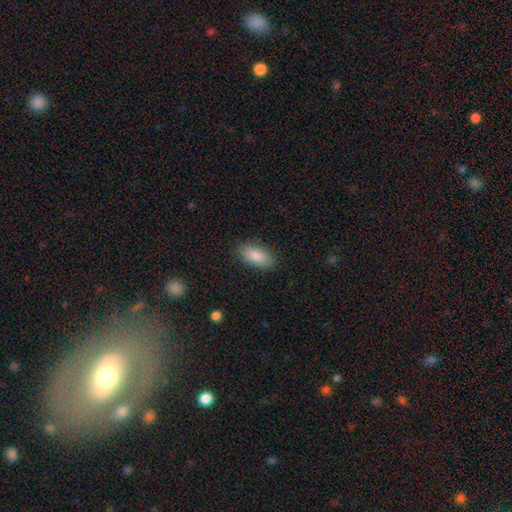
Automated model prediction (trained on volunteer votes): Smooth or featured: smooth — 85% (featured or disk — 9%)
How rounded: in between — 91% (cigar-shaped — 6%)
Merging: none — 86% (minor disturbance — 11%)